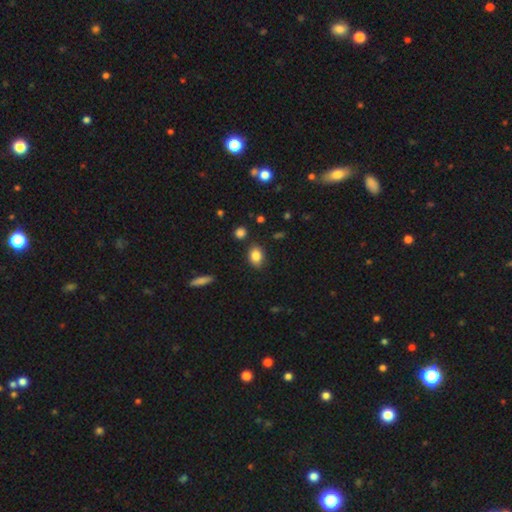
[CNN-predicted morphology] Q: Smooth or featured?
A: smooth (85%); runner-up: star or artifact (9%)
Q: How rounded?
A: in between (75%); runner-up: round (24%)
Q: Merging?
A: none (83%); runner-up: minor disturbance (11%)